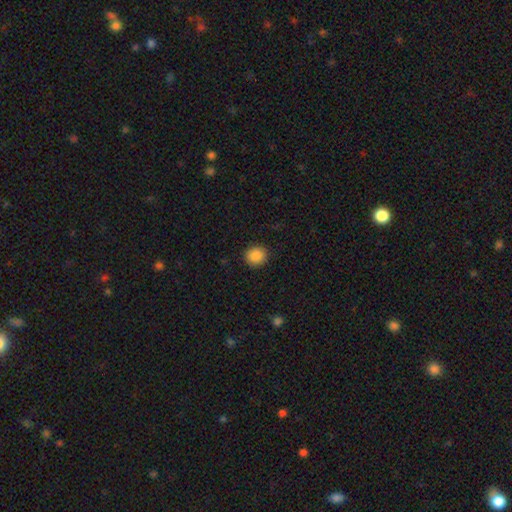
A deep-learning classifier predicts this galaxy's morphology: This appears to be a smooth galaxy with no disk features (88%) that is round (88%). Merging: none (91%).